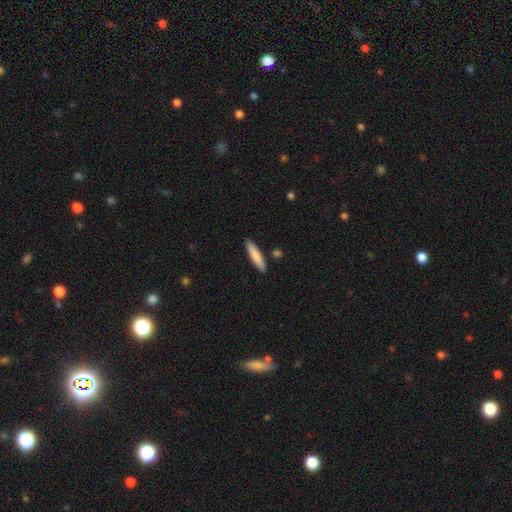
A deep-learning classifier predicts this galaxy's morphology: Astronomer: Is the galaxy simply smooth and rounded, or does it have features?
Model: smooth — 81%.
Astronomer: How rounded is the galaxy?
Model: cigar-shaped — 83%.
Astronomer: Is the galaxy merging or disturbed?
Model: none — 87%.